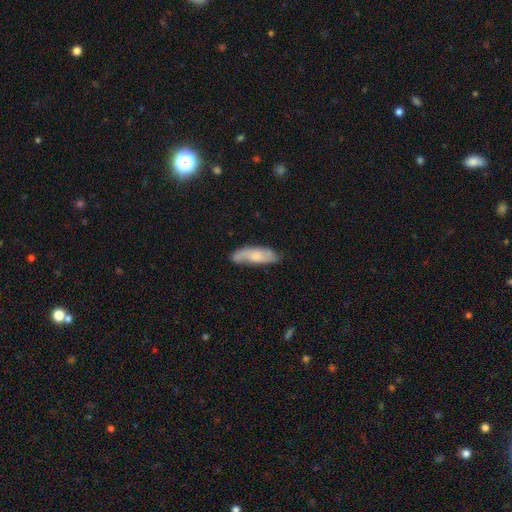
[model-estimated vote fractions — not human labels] Smooth or featured?
  - smooth: 57% *
  - featured or disk: 37%
  - star or artifact: 6%
How rounded?
  - in between: 53% *
  - cigar-shaped: 45%
  - round: 2%
Merging?
  - none: 66% *
  - minor disturbance: 25%
  - major disturbance: 6%
  - merger: 3%